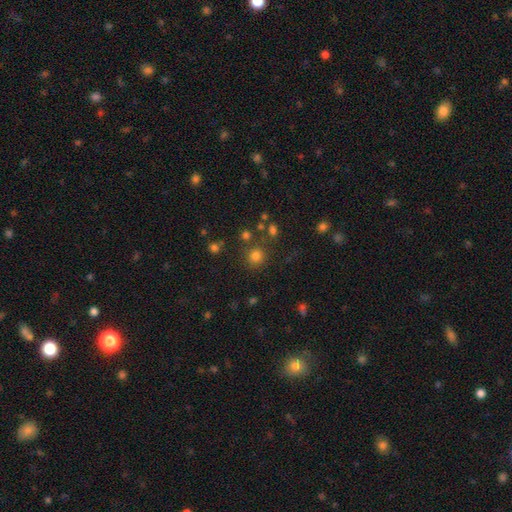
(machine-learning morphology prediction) smooth-or-featured: smooth: 78% | star or artifact: 16% | featured or disk: 6%
  how-rounded: round: 90% | in between: 9% | cigar-shaped: 1%
  merging: none: 77% | minor disturbance: 10% | merger: 8% | major disturbance: 5%